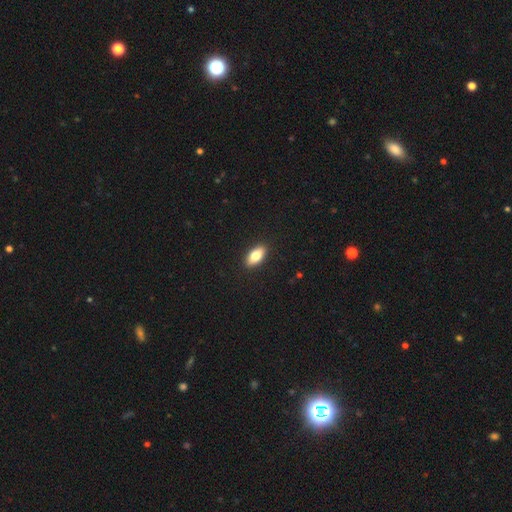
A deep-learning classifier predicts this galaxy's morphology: smooth_or_featured: smooth (p=0.78) [alt: featured or disk p=0.15]
how_rounded: in between (p=0.87) [alt: cigar-shaped p=0.09]
merging: none (p=0.91) [alt: minor disturbance p=0.07]